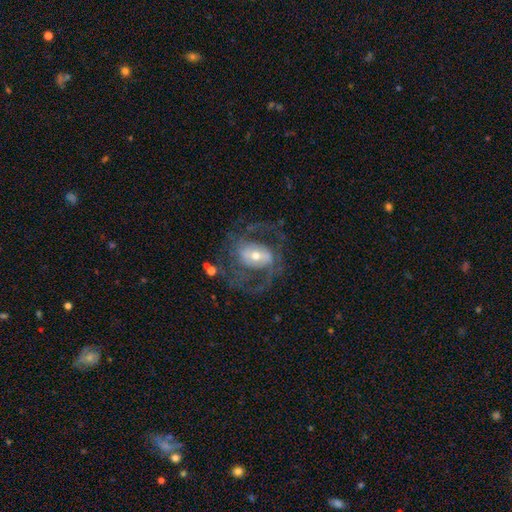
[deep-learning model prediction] Q: Smooth or featured?
A: featured or disk (81%); runner-up: smooth (12%)
Q: Edge-on disk?
A: no (96%); runner-up: yes (4%)
Q: Bar?
A: weak (39%); runner-up: no (32%)
Q: Spiral arms?
A: yes (85%); runner-up: no (15%)
Q: Spiral winding?
A: medium (52%); runner-up: loose (27%)
Q: Spiral arm count?
A: 2 (71%); runner-up: can't tell (13%)
Q: Bulge size?
A: moderate (56%); runner-up: small (35%)
Q: Merging?
A: none (60%); runner-up: major disturbance (23%)